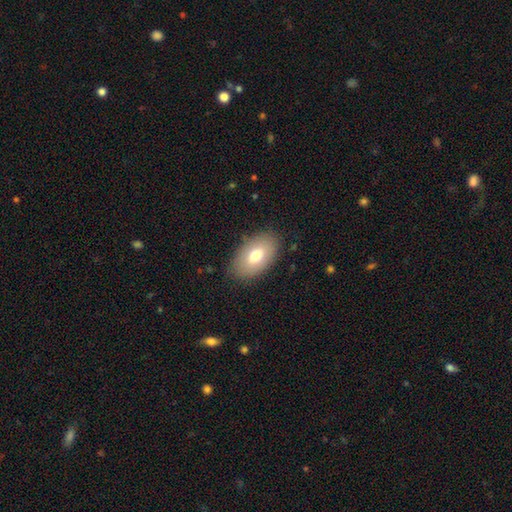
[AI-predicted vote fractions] Q: Smooth or featured?
A: smooth (73%); runner-up: featured or disk (20%)
Q: How rounded?
A: in between (93%); runner-up: round (6%)
Q: Merging?
A: none (84%); runner-up: minor disturbance (11%)